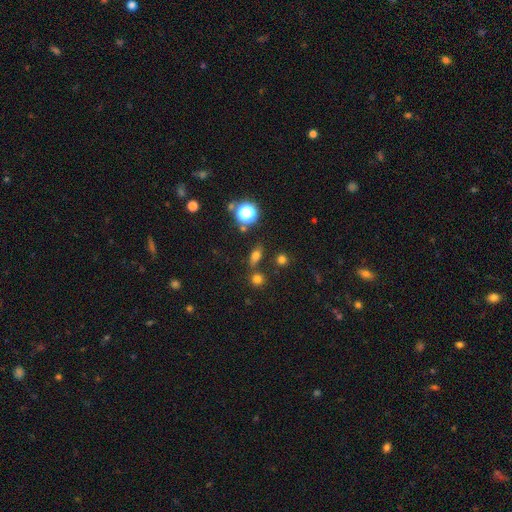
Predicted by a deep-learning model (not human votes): A smooth galaxy with no disk features (65%) that is in between round and cigar-shaped (60%).

Vote fractions:
- Smooth or featured? smooth: 65% / star or artifact: 21% / featured or disk: 15%
- How rounded? in between: 60% / round: 23% / cigar-shaped: 17%
- Merging? none: 75% / minor disturbance: 11% / merger: 10% / major disturbance: 4%